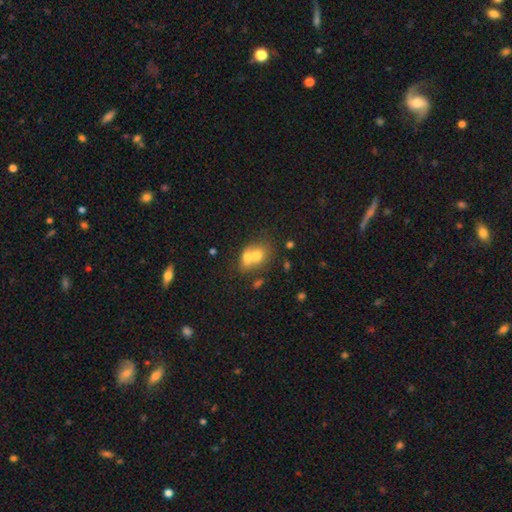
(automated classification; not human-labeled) This appears to be a smooth galaxy with no disk features (63%) that is round (57%). Merging: merger (65%).